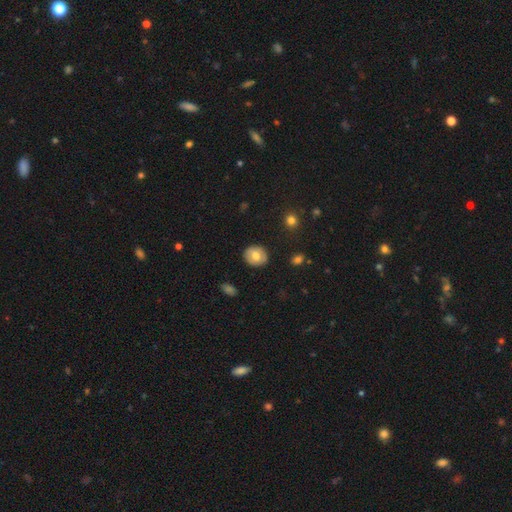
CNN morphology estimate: type=smooth (68%); roundness=round (69%); merging=none (87%).